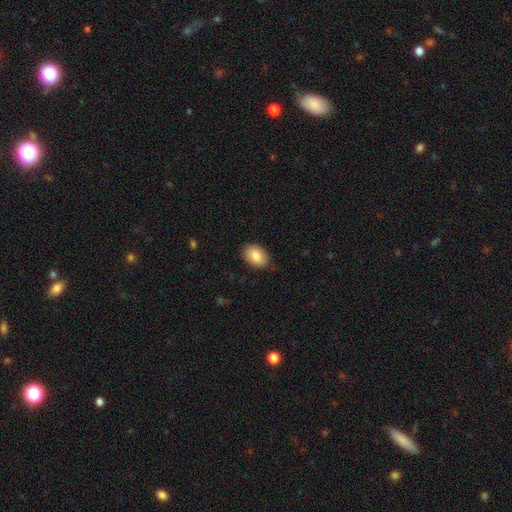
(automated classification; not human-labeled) Morphology: type=smooth (86%); roundness=in between (82%); merging=none (84%).